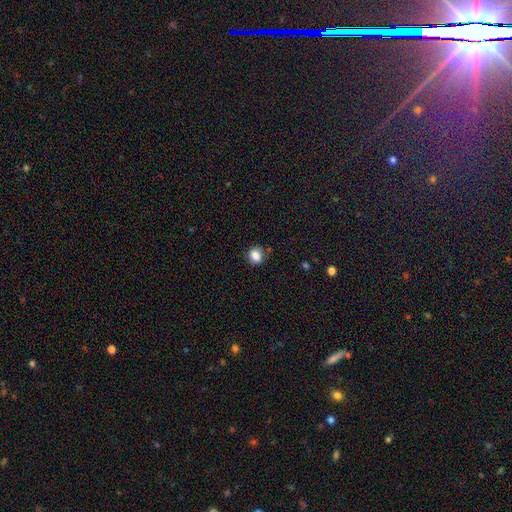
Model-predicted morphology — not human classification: Overall: smooth (84%). How rounded: round (65%; in between 34%). Merging: none (80%).